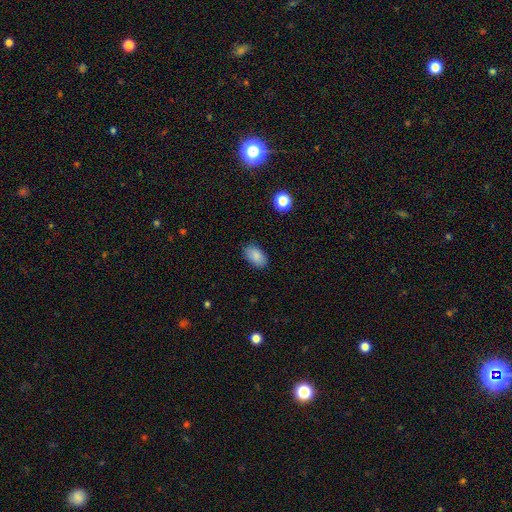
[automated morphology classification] A smooth galaxy with no disk features (87%) that is in between round and cigar-shaped (92%). Merging: none (85%).